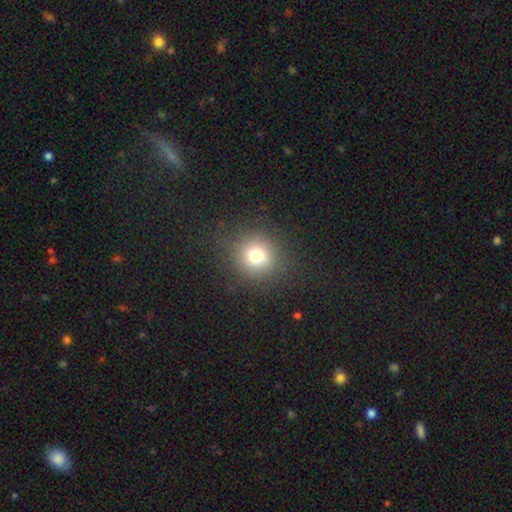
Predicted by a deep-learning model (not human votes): This is likely a smooth galaxy (73%). How rounded: clearly round (90%). Merging: clearly none (86%).